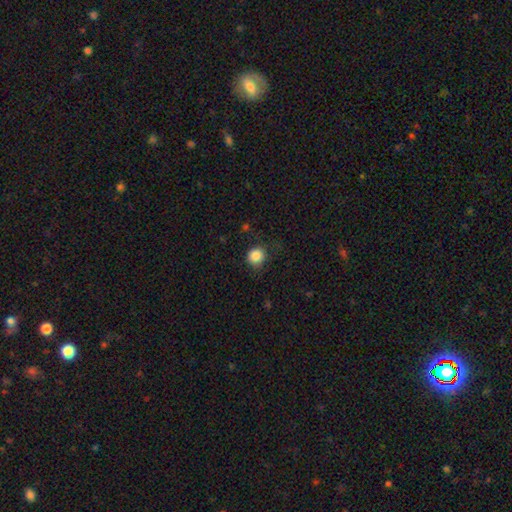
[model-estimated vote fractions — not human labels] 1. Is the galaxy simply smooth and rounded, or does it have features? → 86% smooth, 10% star or artifact, 4% featured or disk.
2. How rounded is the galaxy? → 90% round, 9% in between, 1% cigar-shaped.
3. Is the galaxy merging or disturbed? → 81% none, 14% minor disturbance, 4% major disturbance, 1% merger.